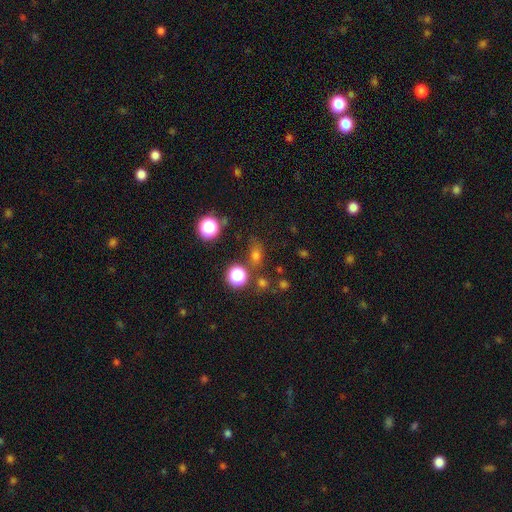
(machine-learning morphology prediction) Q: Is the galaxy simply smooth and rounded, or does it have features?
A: smooth — 60%.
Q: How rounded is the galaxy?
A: round — 57%.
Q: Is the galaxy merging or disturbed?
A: none — 75%.